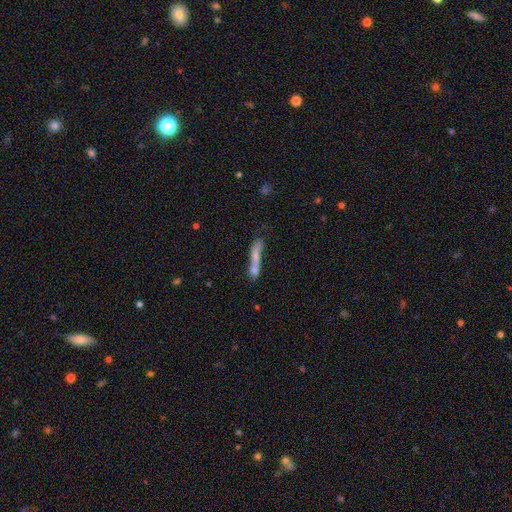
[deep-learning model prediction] This appears to be a smooth galaxy with no disk features (61%) that is cigar-shaped (77%). Merging: merger (51%).